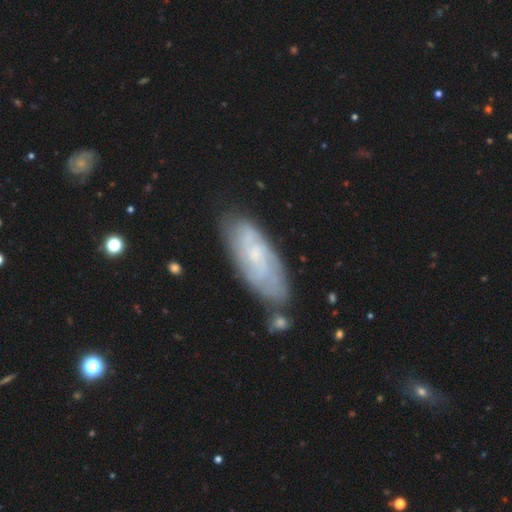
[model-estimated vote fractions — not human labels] Q: Smooth or featured?
A: featured or disk (61%); runner-up: smooth (32%)
Q: Edge-on disk?
A: no (87%); runner-up: yes (13%)
Q: Bar?
A: no (60%); runner-up: weak (34%)
Q: Spiral arms?
A: yes (83%); runner-up: no (17%)
Q: Bulge size?
A: small (57%); runner-up: moderate (23%)
Q: Merging?
A: none (69%); runner-up: minor disturbance (18%)